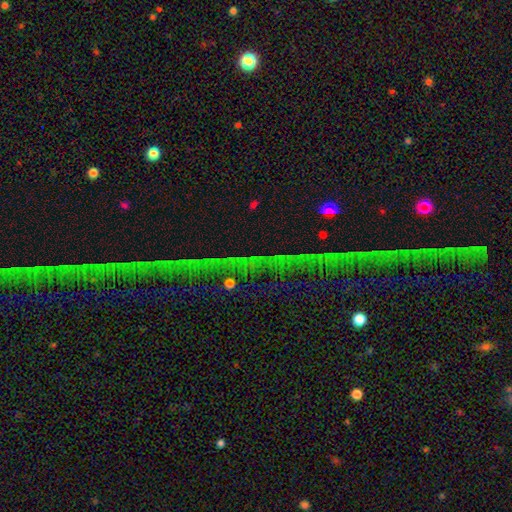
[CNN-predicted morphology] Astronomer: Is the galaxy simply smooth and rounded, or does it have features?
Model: star or artifact — 76%.